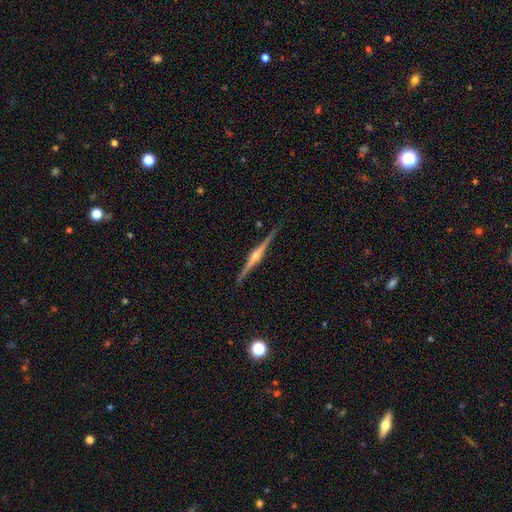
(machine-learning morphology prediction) Smooth or featured? featured or disk (87%)
Edge-on disk? yes (99%)
Edge-on bulge? rounded (87%)
Merging? none (92%)